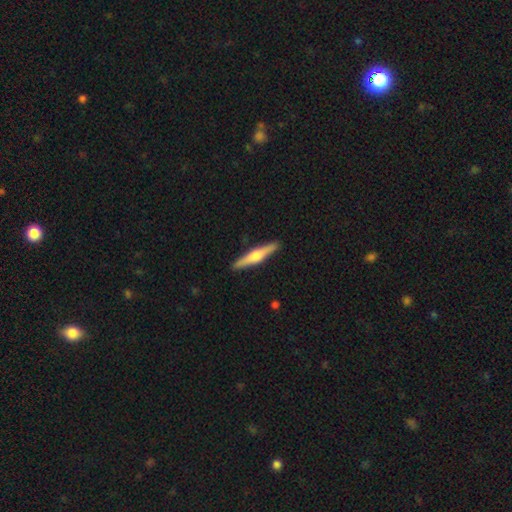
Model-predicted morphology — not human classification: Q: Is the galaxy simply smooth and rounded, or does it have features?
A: featured or disk — 59%.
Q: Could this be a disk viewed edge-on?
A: yes — 97%.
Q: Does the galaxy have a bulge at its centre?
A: rounded — 89%.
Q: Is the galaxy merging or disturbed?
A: none — 91%.